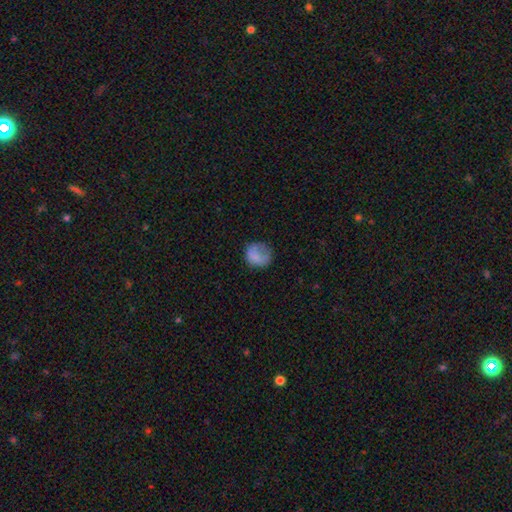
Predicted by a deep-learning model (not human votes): Smooth or featured: smooth — 78% (featured or disk — 13%)
How rounded: round — 74% (in between — 25%)
Merging: none — 54% (minor disturbance — 26%)